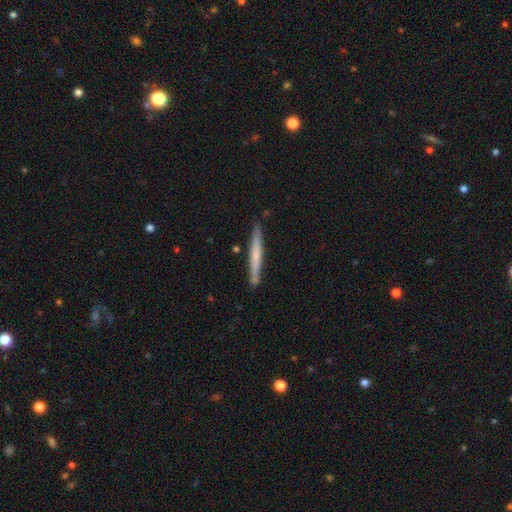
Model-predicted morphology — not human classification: Q: Smooth or featured?
A: smooth (53%); runner-up: featured or disk (42%)
Q: How rounded?
A: cigar-shaped (97%); runner-up: in between (2%)
Q: Merging?
A: none (85%); runner-up: minor disturbance (10%)